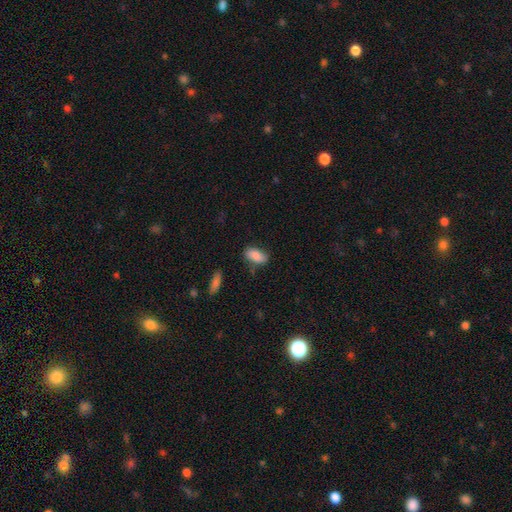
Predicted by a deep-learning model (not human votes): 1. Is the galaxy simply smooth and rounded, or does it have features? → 85% smooth, 8% featured or disk, 7% star or artifact.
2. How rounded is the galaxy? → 92% in between, 5% cigar-shaped, 3% round.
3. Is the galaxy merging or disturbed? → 70% none, 21% minor disturbance, 5% major disturbance, 4% merger.